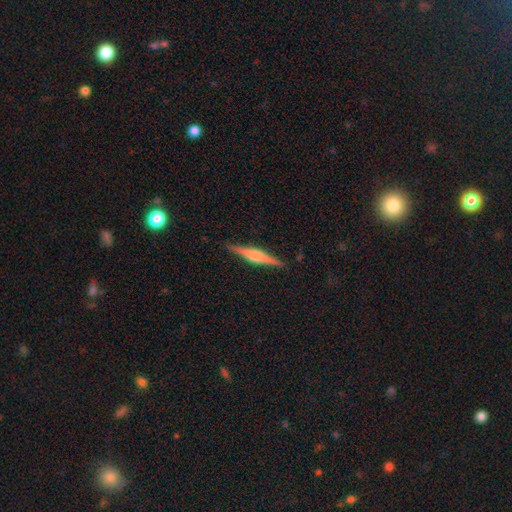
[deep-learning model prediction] Smooth or featured: featured or disk — 72% (smooth — 22%)
Edge-on disk: yes — 98% (no — 2%)
Edge-on bulge: rounded — 72% (boxy — 21%)
Merging: none — 90% (minor disturbance — 7%)